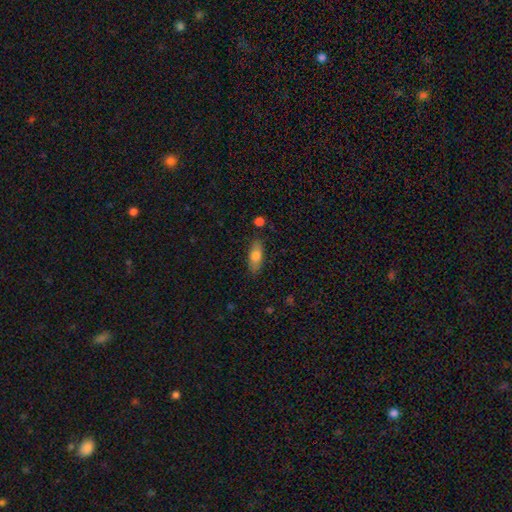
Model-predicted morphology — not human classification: The model was most divided on "how rounded": in between: 74%, cigar-shaped: 23%, round: 3%. More confident: merging — none (84%); smooth or featured — smooth (76%).